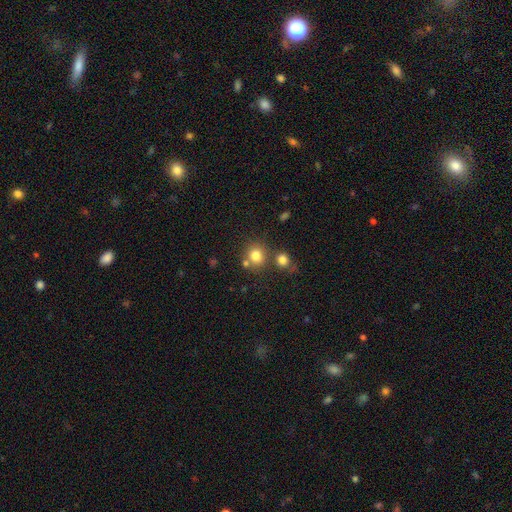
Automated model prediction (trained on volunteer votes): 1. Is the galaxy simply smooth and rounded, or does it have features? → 79% smooth, 13% star or artifact, 8% featured or disk.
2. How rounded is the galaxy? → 83% round, 17% in between, 1% cigar-shaped.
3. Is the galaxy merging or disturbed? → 65% none, 21% merger, 10% minor disturbance, 4% major disturbance.